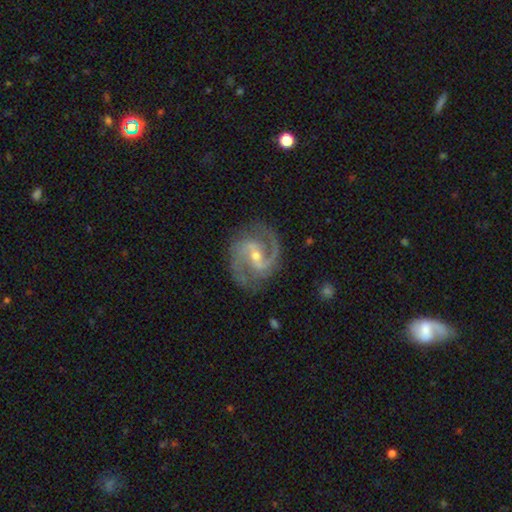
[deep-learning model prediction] A featured or disk galaxy (93%) with a weak bar (47%), 2 (91%) medium (66%) spiral arms (98%) and a small central bulge (53%). Merging: none (82%).